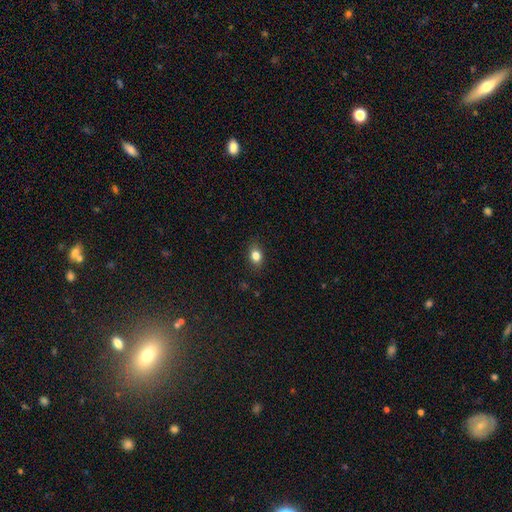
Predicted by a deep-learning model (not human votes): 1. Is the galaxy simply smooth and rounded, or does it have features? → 82% smooth, 11% star or artifact, 8% featured or disk.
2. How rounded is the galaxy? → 71% in between, 27% round, 2% cigar-shaped.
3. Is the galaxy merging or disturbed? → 85% none, 12% minor disturbance, 2% major disturbance, 1% merger.